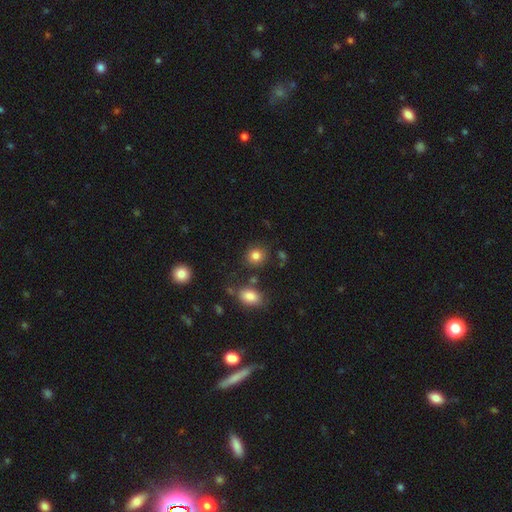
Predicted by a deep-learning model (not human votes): This is clearly a smooth galaxy (82%). How rounded: clearly round (81%). Merging: clearly none (80%).